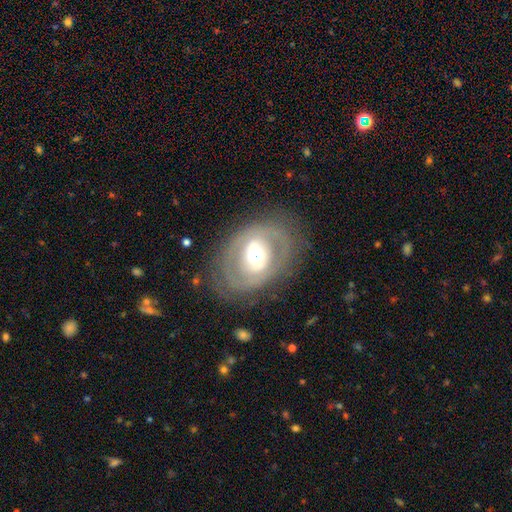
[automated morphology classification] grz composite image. It shows a featured or disk galaxy (63%) with no bar (63%), no spiral arms (71%) and a moderate central bulge (58%). Merging: none (72%).